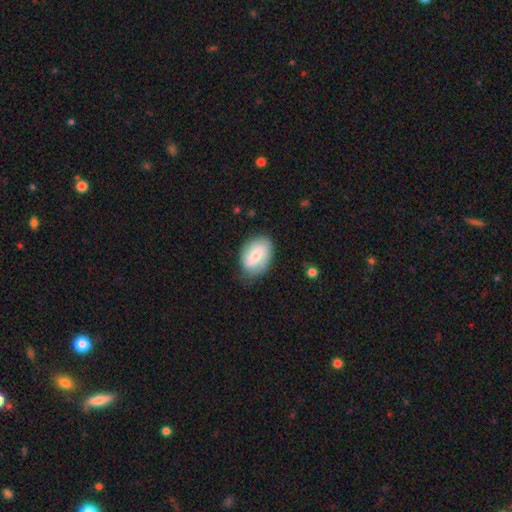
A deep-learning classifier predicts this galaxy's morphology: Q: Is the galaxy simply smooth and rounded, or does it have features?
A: smooth — 56%.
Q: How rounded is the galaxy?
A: in between — 84%.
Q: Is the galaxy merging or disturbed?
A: none — 69%.